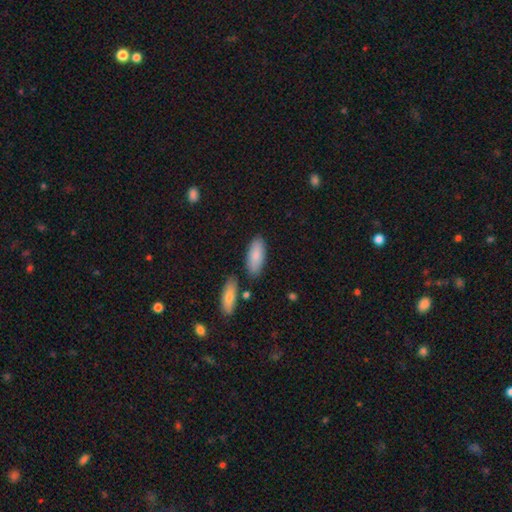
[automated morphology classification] This appears to be a smooth galaxy with no disk features (86%) that is in between round and cigar-shaped (83%). Merging: none (77%).